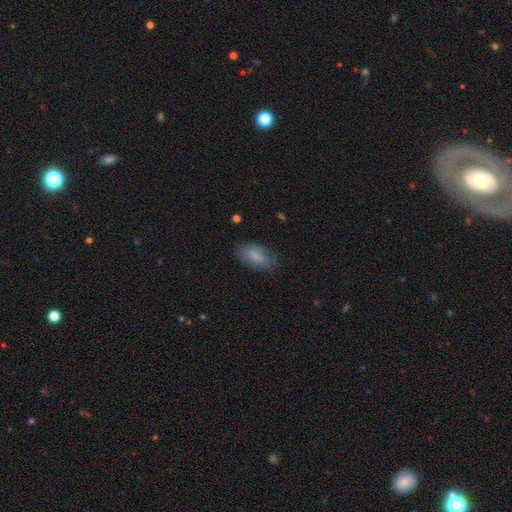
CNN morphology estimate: Overall: smooth (78%). How rounded: in between (92%). Merging: none (73%).